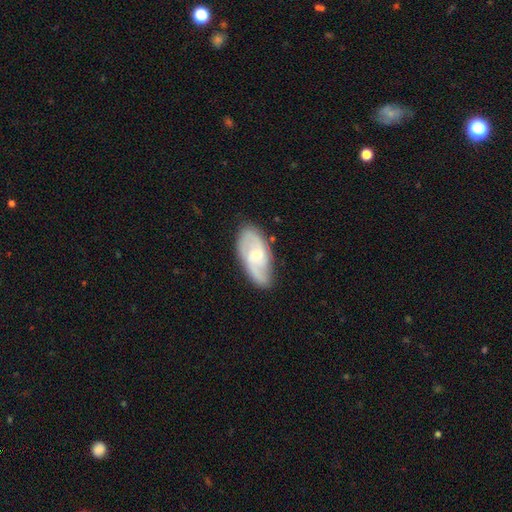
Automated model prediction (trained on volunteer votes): Q: Smooth or featured?
A: featured or disk (71%); runner-up: smooth (24%)
Q: Edge-on disk?
A: no (94%); runner-up: yes (6%)
Q: Bar?
A: weak (48%); runner-up: no (43%)
Q: Spiral arms?
A: yes (92%); runner-up: no (8%)
Q: Spiral winding?
A: medium (48%); runner-up: loose (26%)
Q: Spiral arm count?
A: 2 (69%); runner-up: can't tell (15%)
Q: Bulge size?
A: small (57%); runner-up: moderate (34%)
Q: Merging?
A: none (77%); runner-up: minor disturbance (17%)